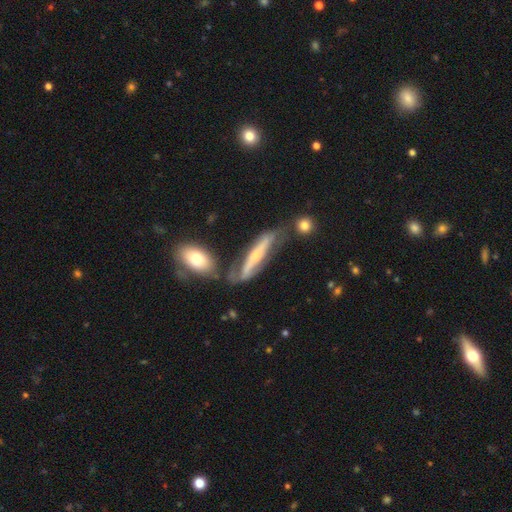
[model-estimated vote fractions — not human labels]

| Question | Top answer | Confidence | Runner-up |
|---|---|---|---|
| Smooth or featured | featured or disk | 68% | smooth (26%) |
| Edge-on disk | yes | 57% | no (43%) |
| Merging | none | 51% | minor disturbance (22%) |